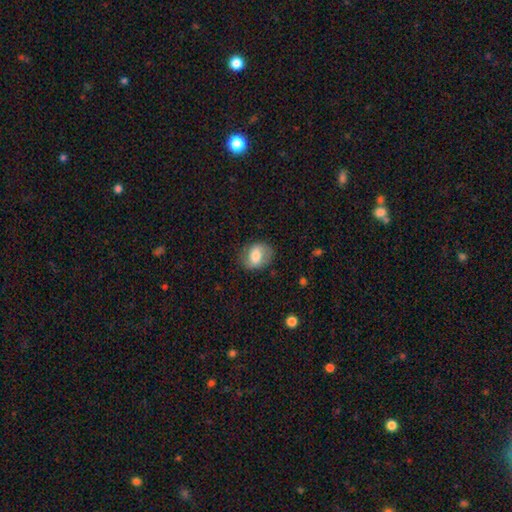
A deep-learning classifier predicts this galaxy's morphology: smooth 64%, featured or disk 29%, star or artifact 8%. Down the decision tree: how rounded — in between (59%); merging — none (74%).